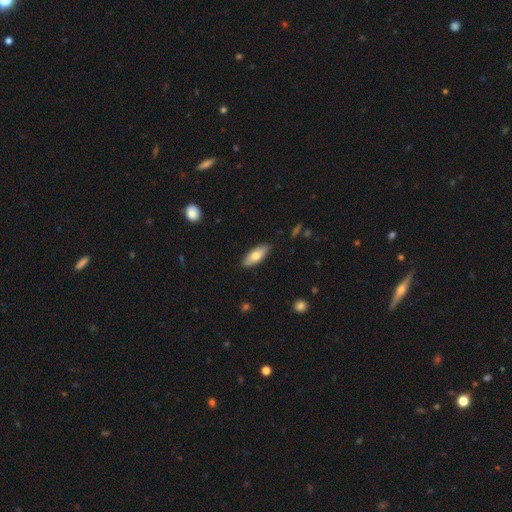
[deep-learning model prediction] Overall: smooth (70%). How rounded: in between (74%). Merging: none (87%).